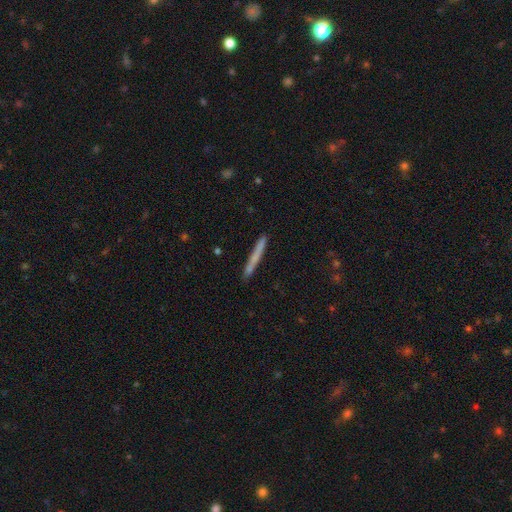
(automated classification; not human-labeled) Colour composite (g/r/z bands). It shows a smooth galaxy with no disk features (62%) that is cigar-shaped (97%). Merging: none (88%).